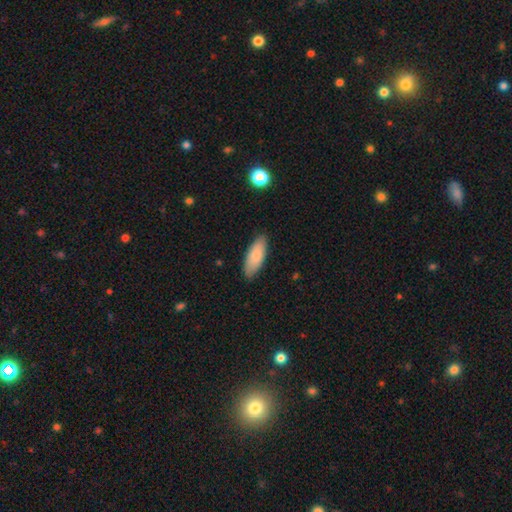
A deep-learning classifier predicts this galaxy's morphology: type=smooth (84%); roundness=in between (74%); merging=none (86%).